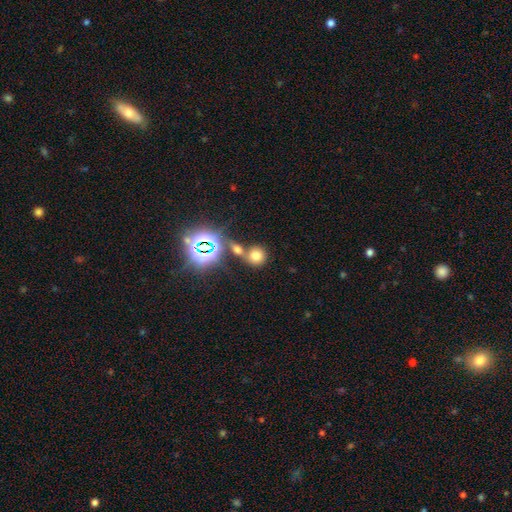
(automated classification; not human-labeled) Smooth or featured? smooth (66%)
How rounded? round (87%)
Merging? none (57%)